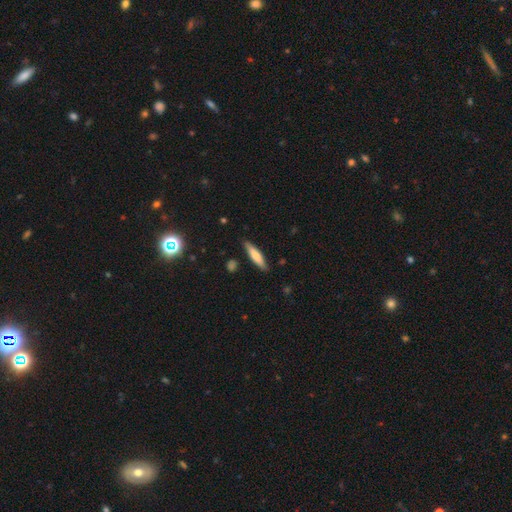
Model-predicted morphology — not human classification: Smooth or featured: smooth — 68% (featured or disk — 26%)
How rounded: cigar-shaped — 80% (in between — 18%)
Merging: none — 85% (minor disturbance — 11%)